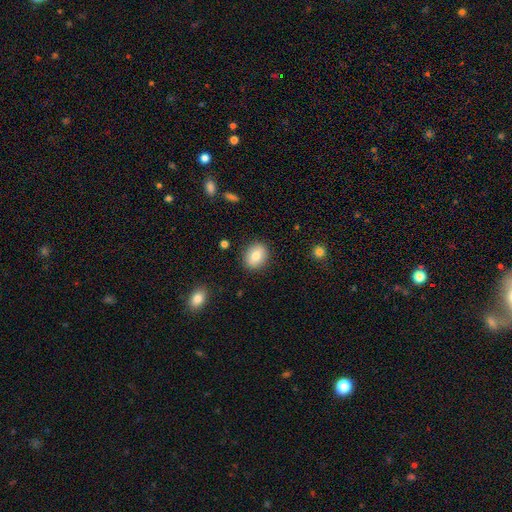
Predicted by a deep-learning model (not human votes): smooth 79%, featured or disk 12%, star or artifact 8%. Down the decision tree: how rounded — in between (52%); merging — none (87%).